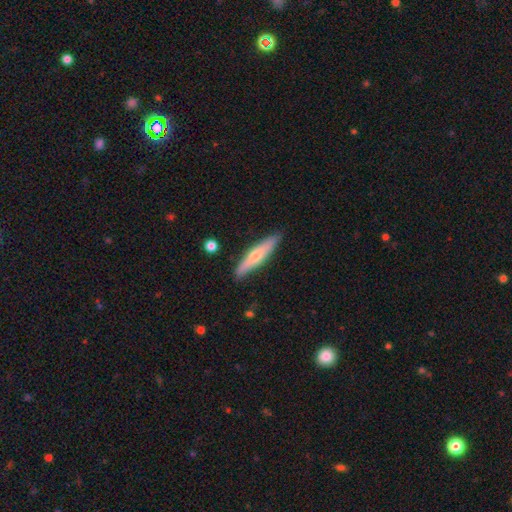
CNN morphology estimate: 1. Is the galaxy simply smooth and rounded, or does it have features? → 53% smooth, 42% featured or disk, 6% star or artifact.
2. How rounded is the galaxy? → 84% cigar-shaped, 14% in between, 2% round.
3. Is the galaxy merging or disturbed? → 88% none, 9% minor disturbance, 2% major disturbance, 1% merger.